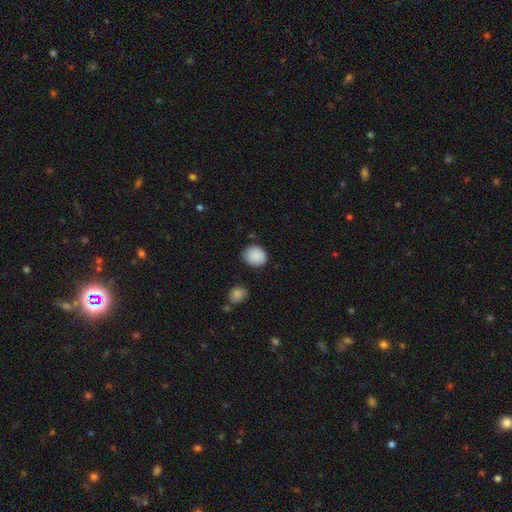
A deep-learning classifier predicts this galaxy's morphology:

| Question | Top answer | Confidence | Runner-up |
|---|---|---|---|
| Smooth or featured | smooth | 88% | star or artifact (8%) |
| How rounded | round | 66% | in between (33%) |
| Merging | none | 78% | minor disturbance (16%) |